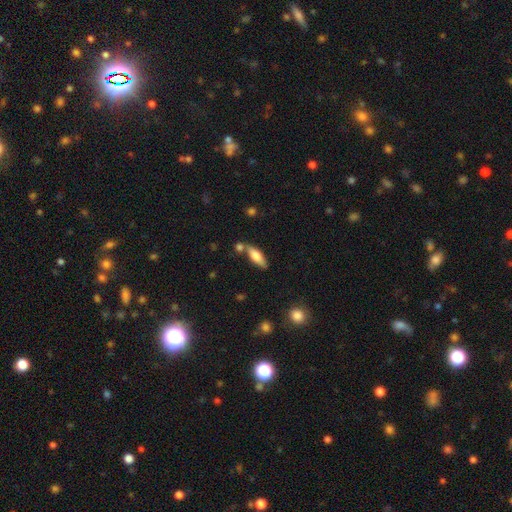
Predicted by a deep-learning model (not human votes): This is likely a smooth galaxy (69%). How rounded: possibly in between (55%). Merging: likely none (63%).